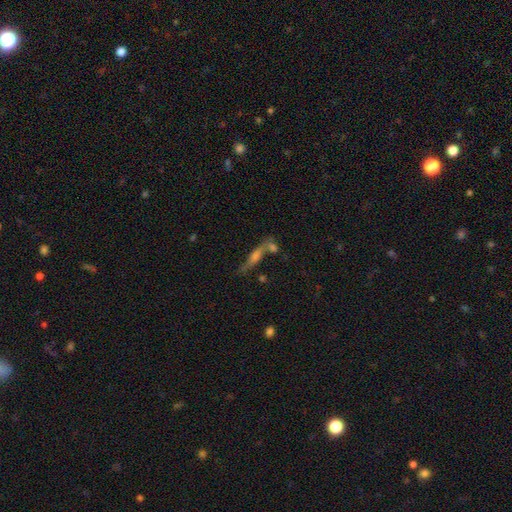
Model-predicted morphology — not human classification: Q: Smooth or featured?
A: featured or disk (56%); runner-up: smooth (30%)
Q: Edge-on disk?
A: yes (84%); runner-up: no (16%)
Q: Merging?
A: none (59%); runner-up: merger (21%)